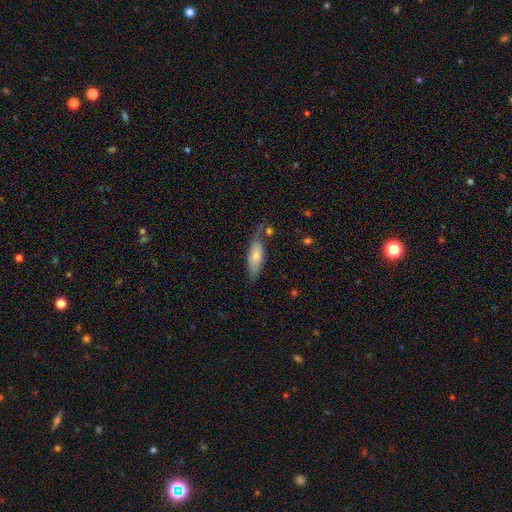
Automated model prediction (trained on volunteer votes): Smooth or featured? Predicted: smooth (p=0.66). How rounded? Predicted: in between (p=0.63). Merging? Predicted: none (p=0.51).